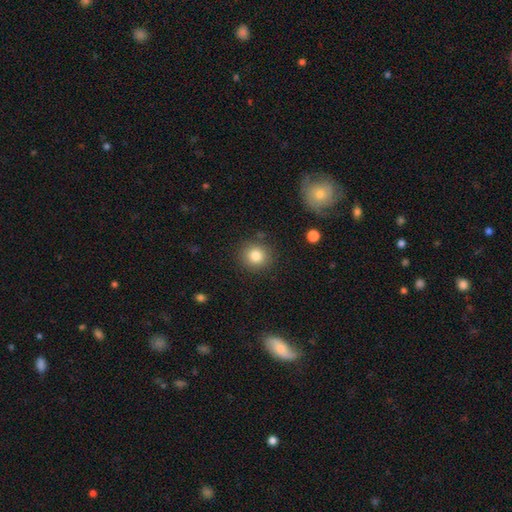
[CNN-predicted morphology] The model was most divided on "smooth or featured": smooth: 82%, star or artifact: 11%, featured or disk: 7%. More confident: how rounded — round (89%); merging — none (87%).